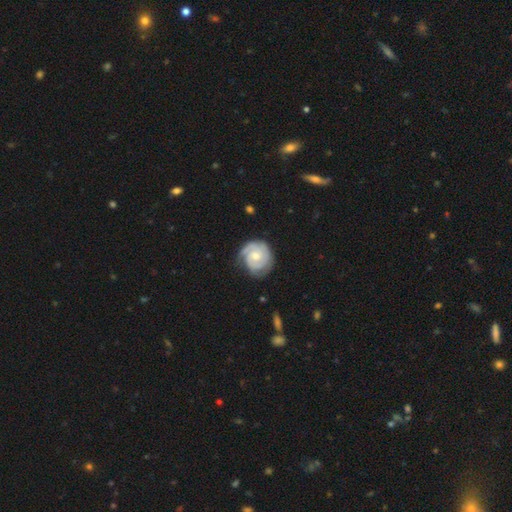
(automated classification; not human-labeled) Smooth or featured?
  - featured or disk: 80% *
  - smooth: 16%
  - star or artifact: 5%
Edge-on disk?
  - no: 98% *
  - yes: 2%
Bar?
  - no: 72% *
  - weak: 25%
  - strong: 4%
Spiral arms?
  - yes: 96% *
  - no: 4%
Spiral winding?
  - tight: 70% *
  - medium: 24%
  - loose: 6%
Spiral arm count?
  - 2: 43% *
  - can't tell: 20%
  - 3: 19%
  - 1: 11%
  - 4: 3%
  - more than 4: 3%
Bulge size?
  - small: 50% *
  - moderate: 45%
  - none: 2%
  - large: 2%
  - dominant: 1%
Merging?
  - none: 69% *
  - minor disturbance: 21%
  - major disturbance: 8%
  - merger: 1%